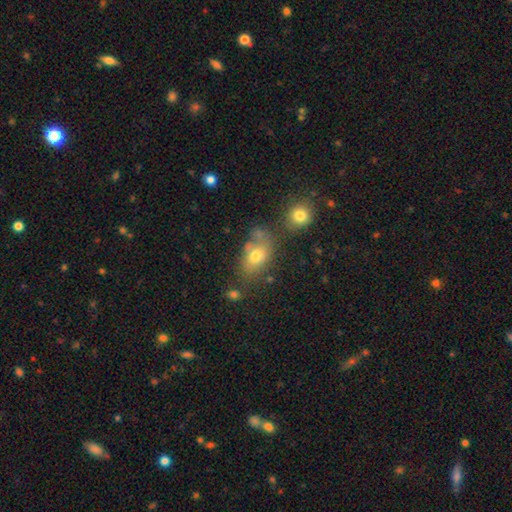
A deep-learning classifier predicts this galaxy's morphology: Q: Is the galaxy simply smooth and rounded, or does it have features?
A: smooth — 71%.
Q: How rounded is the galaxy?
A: in between — 77%.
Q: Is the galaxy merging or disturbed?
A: none — 51%.